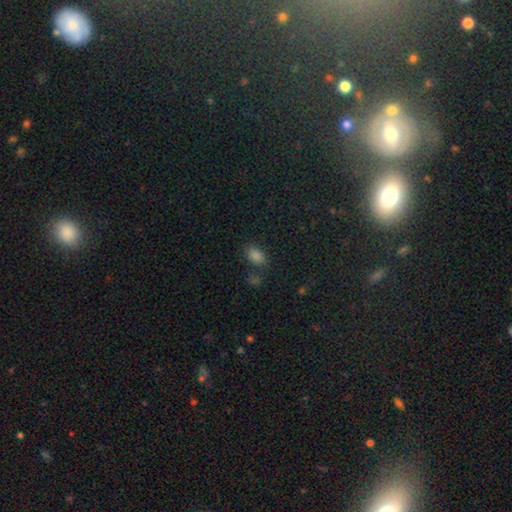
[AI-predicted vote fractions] Q: Smooth or featured?
A: smooth (77%); runner-up: star or artifact (18%)
Q: How rounded?
A: in between (86%); runner-up: round (13%)
Q: Merging?
A: none (72%); runner-up: minor disturbance (14%)